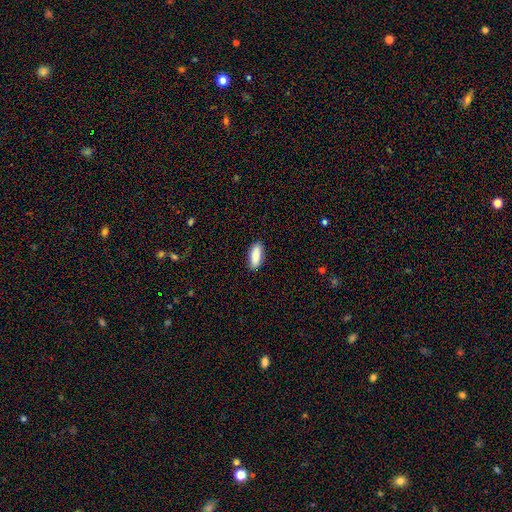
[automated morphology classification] The model was most divided on "how rounded": in between: 80%, cigar-shaped: 18%, round: 2%. More confident: merging — none (88%); smooth or featured — smooth (86%).